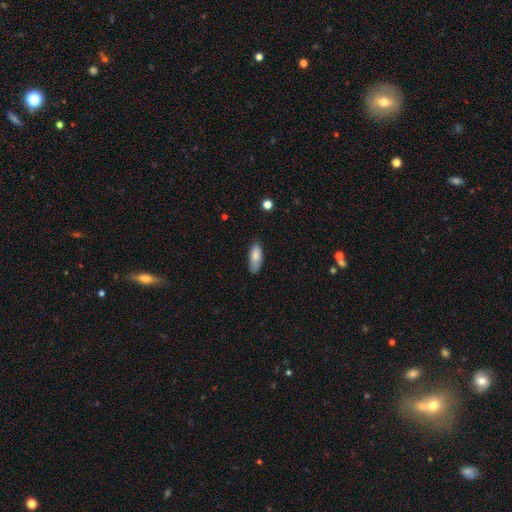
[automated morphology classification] Smooth or featured? smooth (83%)
How rounded? in between (75%)
Merging? none (73%)